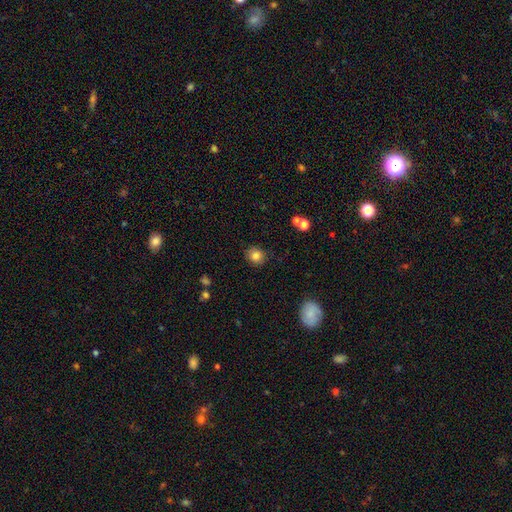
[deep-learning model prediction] Overall: smooth (83%). How rounded: round (86%). Merging: none (87%).